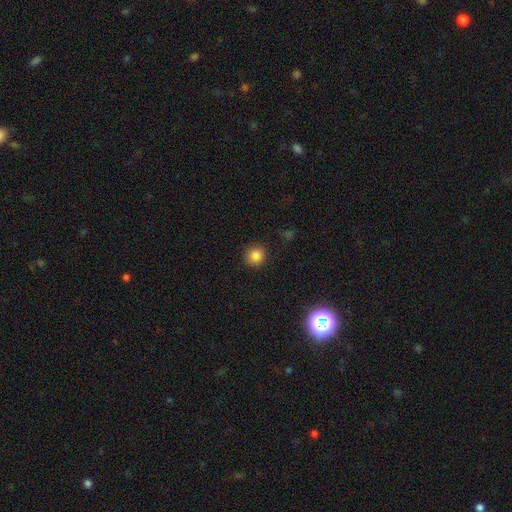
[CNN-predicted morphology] This appears to be a smooth galaxy with no disk features (84%) that is round (91%). Merging: none (90%).